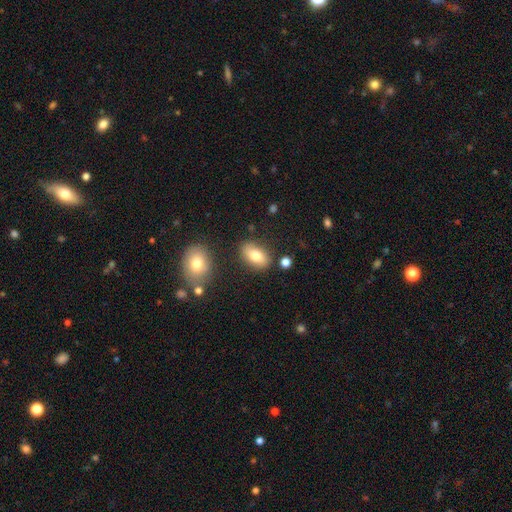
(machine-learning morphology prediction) The model was most divided on "smooth or featured": smooth: 77%, featured or disk: 15%, star or artifact: 8%. More confident: how rounded — in between (88%); merging — none (81%).